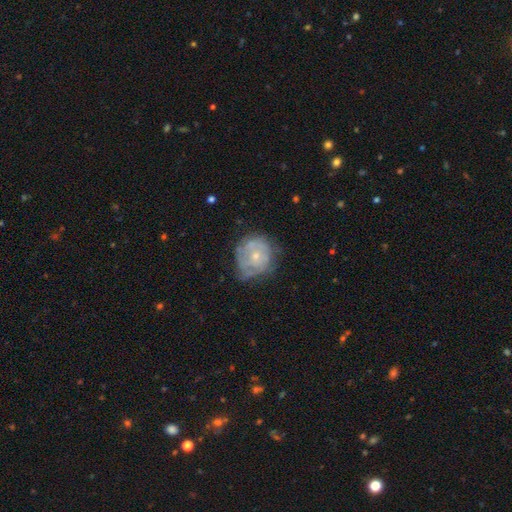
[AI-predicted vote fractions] Smooth or featured? featured or disk (63%)
Edge-on disk? no (98%)
Bar? no (84%)
Spiral arms? yes (63%)
Bulge size? small (67%)
Merging? none (52%)